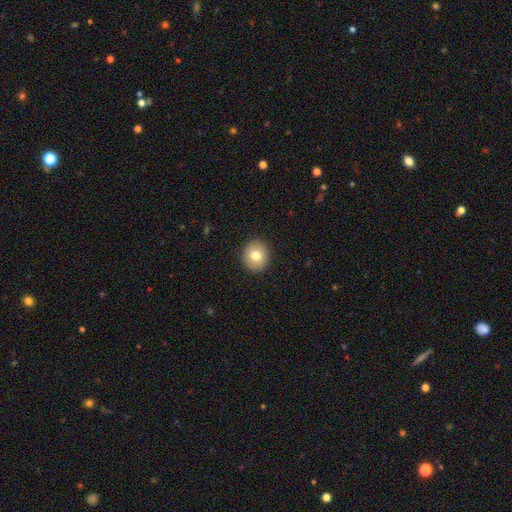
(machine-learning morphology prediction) Smooth or featured? Predicted: smooth (p=0.77). How rounded? Predicted: round (p=0.85). Merging? Predicted: none (p=0.91).